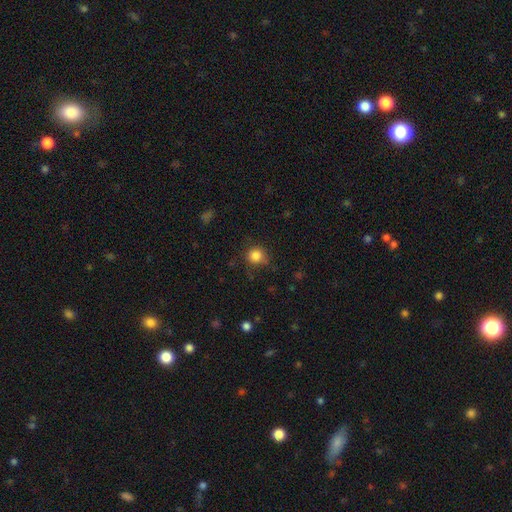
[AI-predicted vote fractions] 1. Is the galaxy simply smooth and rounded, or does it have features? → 85% smooth, 11% star or artifact, 4% featured or disk.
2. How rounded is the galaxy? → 91% round, 8% in between, 1% cigar-shaped.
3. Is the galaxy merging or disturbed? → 79% none, 14% minor disturbance, 4% major disturbance, 2% merger.